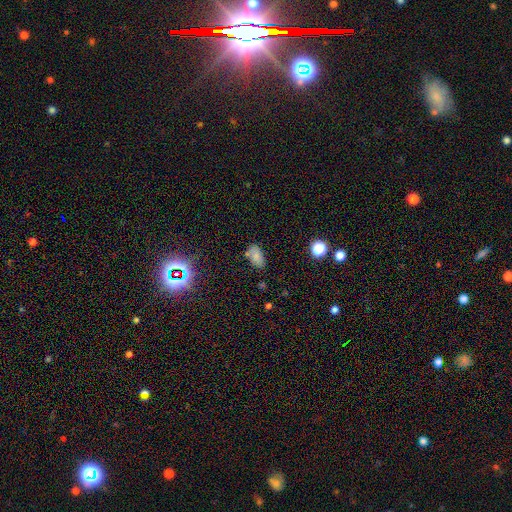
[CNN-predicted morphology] Smooth or featured? smooth (75%)
How rounded? in between (91%)
Merging? none (69%)